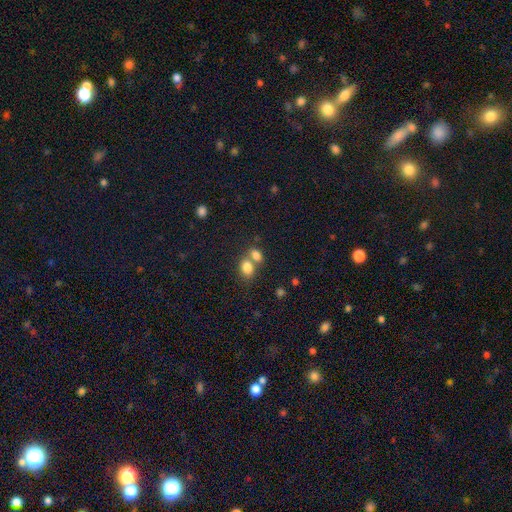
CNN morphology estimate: Smooth or featured?
  - smooth: 80% *
  - star or artifact: 10%
  - featured or disk: 9%
How rounded?
  - in between: 78% *
  - round: 20%
  - cigar-shaped: 2%
Merging?
  - merger: 59% *
  - none: 31%
  - minor disturbance: 7%
  - major disturbance: 3%